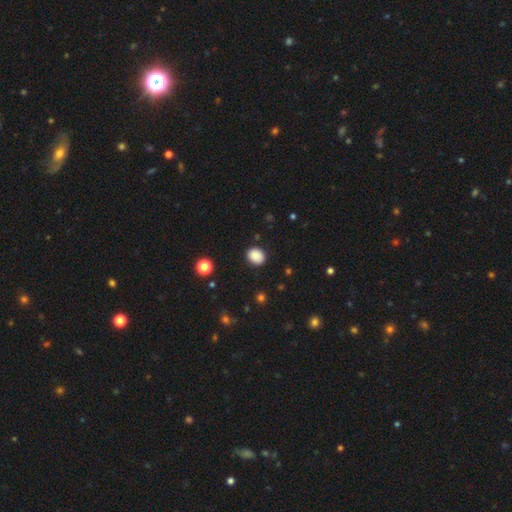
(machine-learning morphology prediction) smooth-or-featured: smooth: 88% | star or artifact: 9% | featured or disk: 3%
  how-rounded: round: 54% | in between: 45% | cigar-shaped: 1%
  merging: none: 87% | minor disturbance: 9% | major disturbance: 2% | merger: 1%